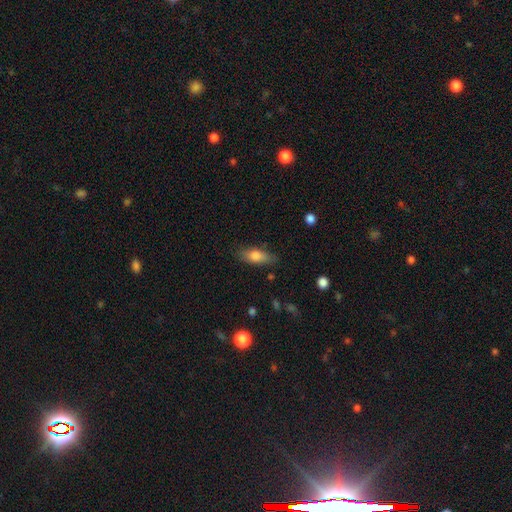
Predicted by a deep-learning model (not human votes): The model was most divided on "how rounded": in between: 73%, cigar-shaped: 24%, round: 3%. More confident: merging — none (79%); smooth or featured — smooth (75%).